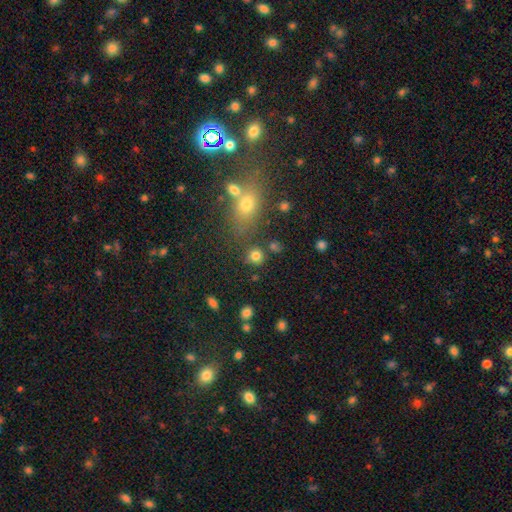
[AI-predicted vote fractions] Smooth or featured?
  - smooth: 79% *
  - star or artifact: 14%
  - featured or disk: 6%
How rounded?
  - round: 84% *
  - in between: 15%
  - cigar-shaped: 1%
Merging?
  - none: 74% *
  - minor disturbance: 11%
  - merger: 11%
  - major disturbance: 5%